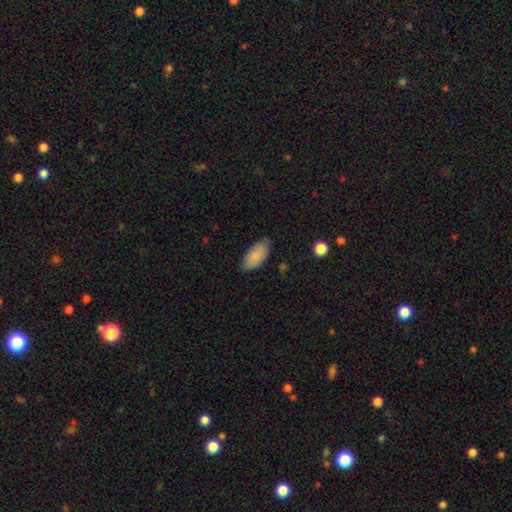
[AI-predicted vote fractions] A smooth galaxy with no disk features (87%) that is in between round and cigar-shaped (91%). Merging: none (79%).